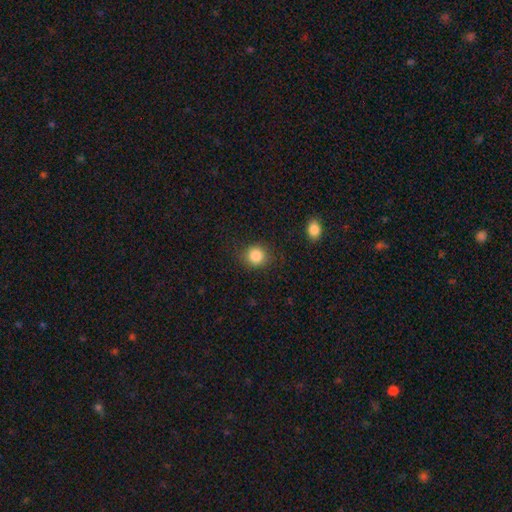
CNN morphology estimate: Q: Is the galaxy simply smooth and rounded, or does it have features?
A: smooth — 86%.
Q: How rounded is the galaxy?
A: round — 85%.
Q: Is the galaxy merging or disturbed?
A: none — 84%.